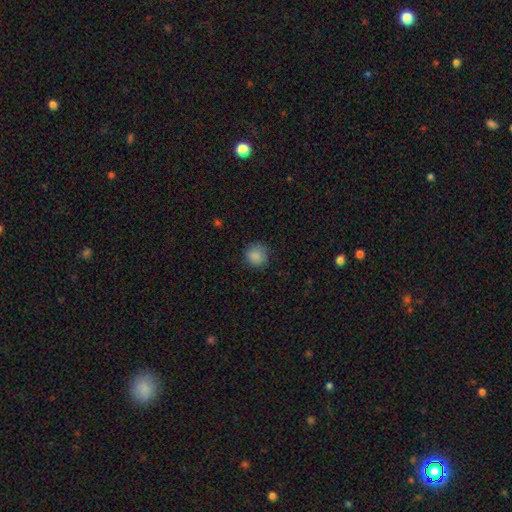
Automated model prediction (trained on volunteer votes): Smooth or featured? Predicted: smooth (p=0.86). How rounded? Predicted: round (p=0.87). Merging? Predicted: none (p=0.81).